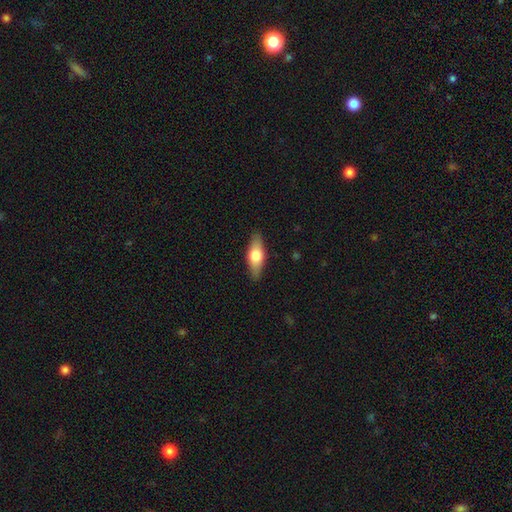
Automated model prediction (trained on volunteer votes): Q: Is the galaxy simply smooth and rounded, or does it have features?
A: smooth — 60%.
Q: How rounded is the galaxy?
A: in between — 66%.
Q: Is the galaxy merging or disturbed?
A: none — 87%.